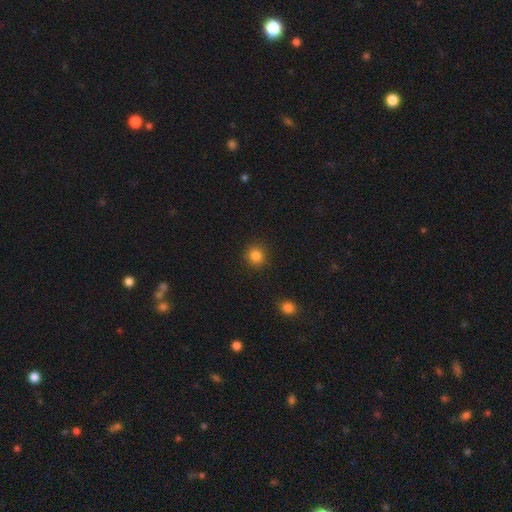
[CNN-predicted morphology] smooth 84%, star or artifact 12%, featured or disk 4%. Down the decision tree: how rounded — round (88%); merging — none (90%).